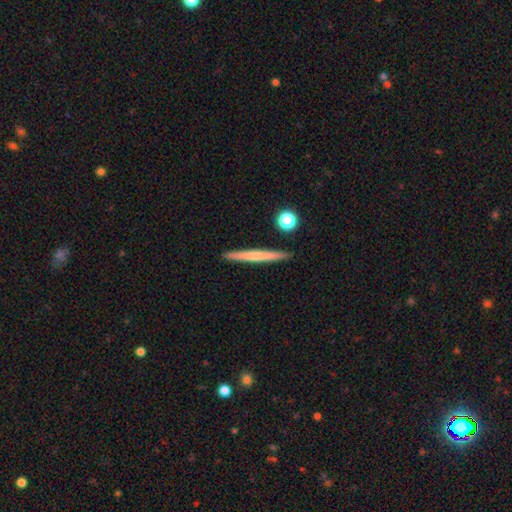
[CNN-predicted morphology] smooth 53%, featured or disk 40%, star or artifact 6%. Down the decision tree: how rounded — cigar-shaped (96%); merging — none (91%).